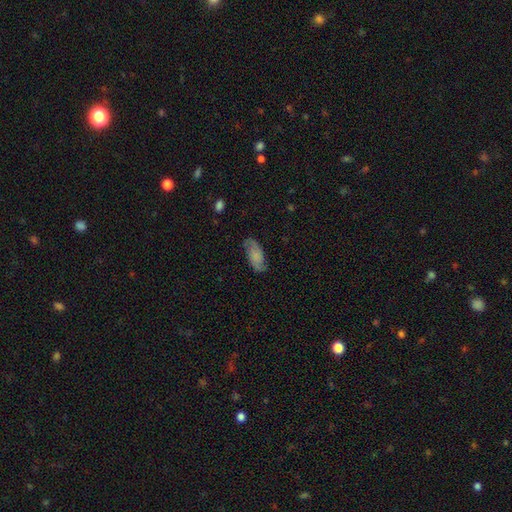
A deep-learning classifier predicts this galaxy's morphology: featured or disk 57%, smooth 35%, star or artifact 8%. Down the decision tree: edge-on disk — no (94%); bar — no (66%); spiral arms — yes (91%); bulge size — none (53%); merging — none (77%).